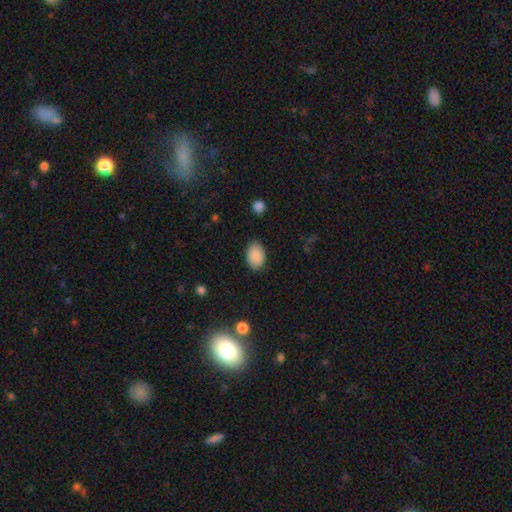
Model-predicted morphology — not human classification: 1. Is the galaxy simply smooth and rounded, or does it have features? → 89% smooth, 7% star or artifact, 4% featured or disk.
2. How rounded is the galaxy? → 88% in between, 11% round, 1% cigar-shaped.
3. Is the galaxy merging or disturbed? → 84% none, 12% minor disturbance, 3% major disturbance, 1% merger.